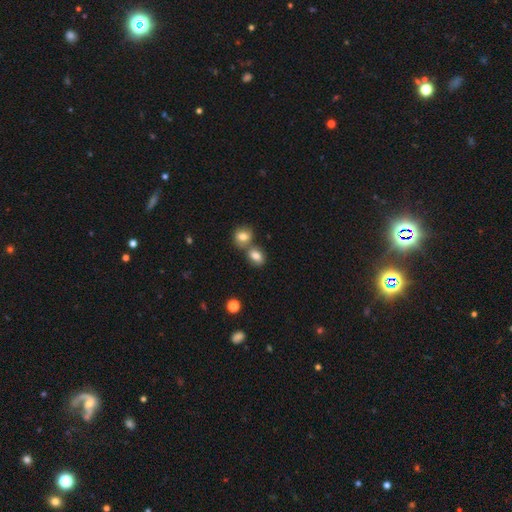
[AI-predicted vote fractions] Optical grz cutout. It shows a smooth galaxy with no disk features (81%) that is in between round and cigar-shaped (70%). Merging: merger (43%, tied with none).